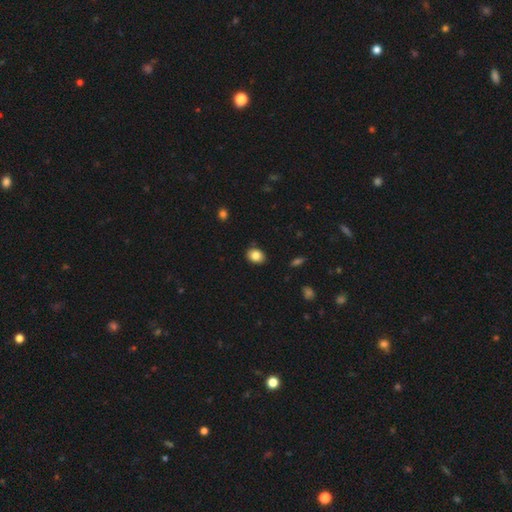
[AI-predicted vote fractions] Smooth or featured: smooth — 85% (star or artifact — 9%)
How rounded: in between — 62% (round — 37%)
Merging: none — 84% (minor disturbance — 12%)